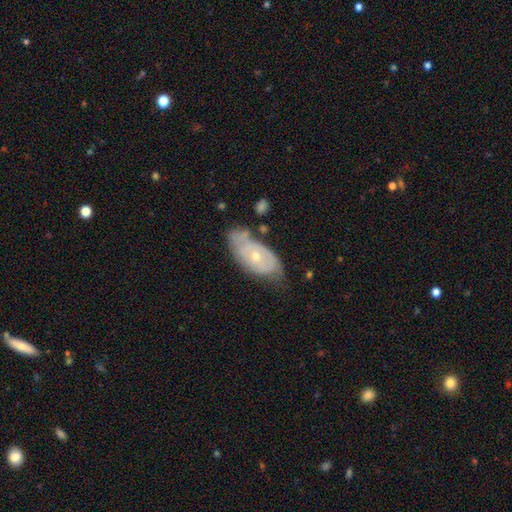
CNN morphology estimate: Smooth or featured? featured or disk (64%)
Edge-on disk? no (91%)
Bar? no (84%)
Spiral arms? yes (58%)
Bulge size? small (55%)
Merging? none (48%)